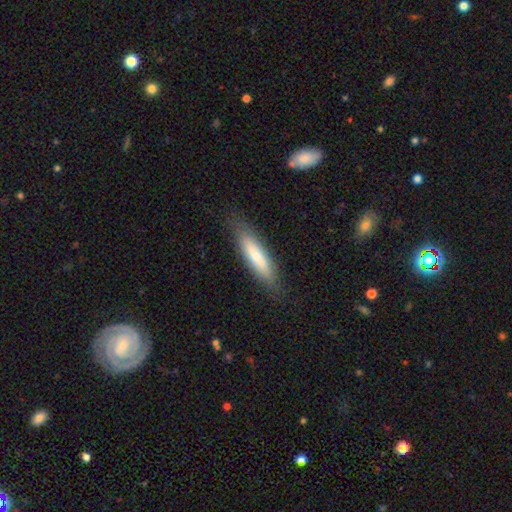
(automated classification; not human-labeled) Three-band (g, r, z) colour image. It shows a smooth galaxy with no disk features (64%) that is cigar-shaped (73%). Merging: none (82%).